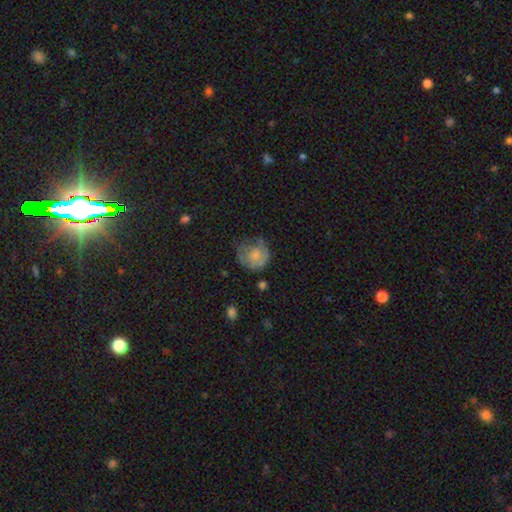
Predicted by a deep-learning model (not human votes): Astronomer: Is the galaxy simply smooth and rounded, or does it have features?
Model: smooth — 58% (runner-up: featured or disk, 34%).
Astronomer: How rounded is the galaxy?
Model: round — 79%.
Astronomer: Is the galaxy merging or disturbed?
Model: none — 45% (runner-up: minor disturbance, 31%).